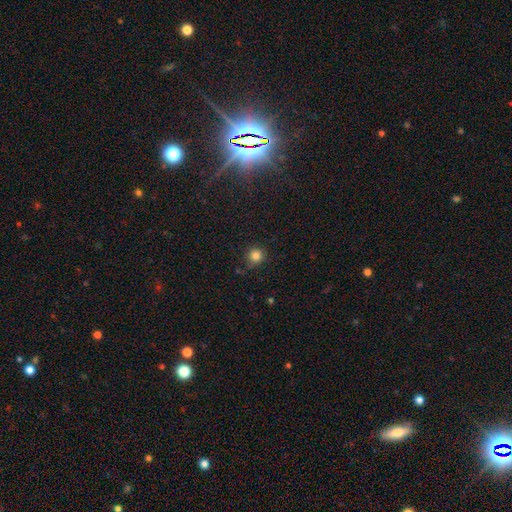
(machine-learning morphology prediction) smooth 83%, star or artifact 13%, featured or disk 5%. Down the decision tree: how rounded — round (93%); merging — none (83%).